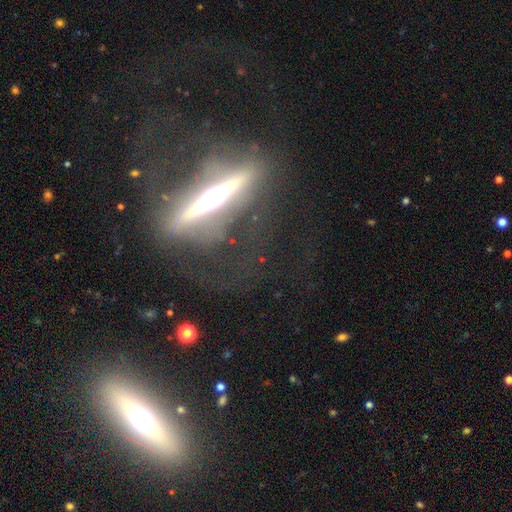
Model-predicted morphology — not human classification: Smooth or featured? featured or disk (76%)
Edge-on disk? yes (88%)
Edge-on bulge? rounded (63%)
Merging? none (62%)